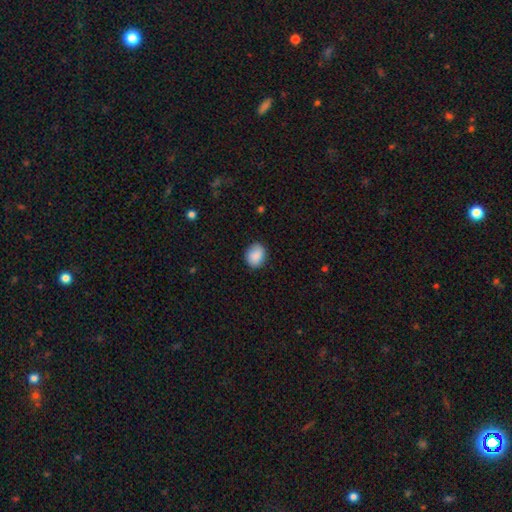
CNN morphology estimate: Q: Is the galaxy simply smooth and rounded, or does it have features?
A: smooth — 88%.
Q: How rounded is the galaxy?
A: in between — 50%.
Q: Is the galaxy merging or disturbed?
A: none — 83%.